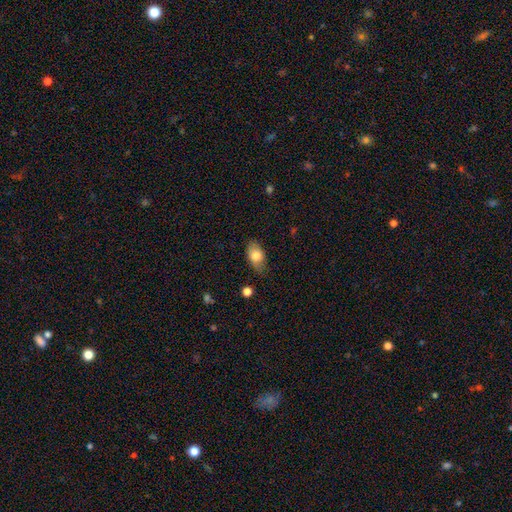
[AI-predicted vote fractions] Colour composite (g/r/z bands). It shows a smooth galaxy with no disk features (80%) that is in between round and cigar-shaped (89%). Merging: none (76%).